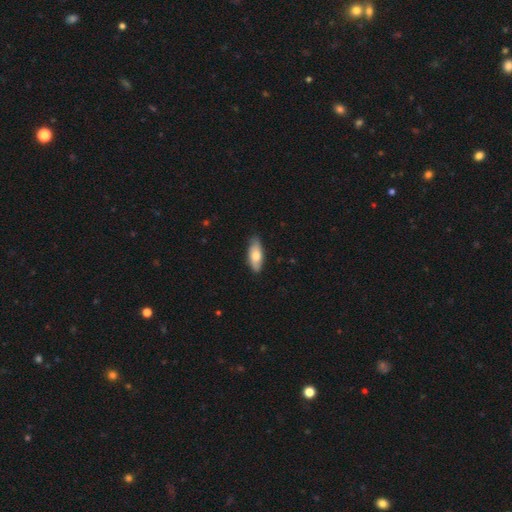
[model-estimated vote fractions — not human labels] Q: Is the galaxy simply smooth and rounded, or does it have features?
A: smooth — 72%.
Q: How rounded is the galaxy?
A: in between — 76%.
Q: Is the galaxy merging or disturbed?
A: none — 84%.